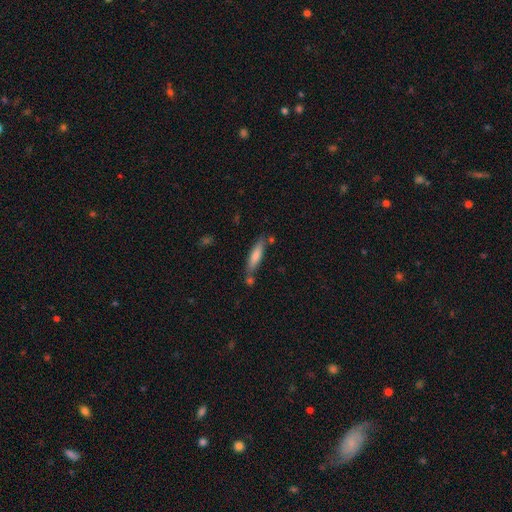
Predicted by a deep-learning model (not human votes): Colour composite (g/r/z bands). It shows a smooth galaxy with no disk features (74%) that is cigar-shaped (78%). Merging: none (68%).